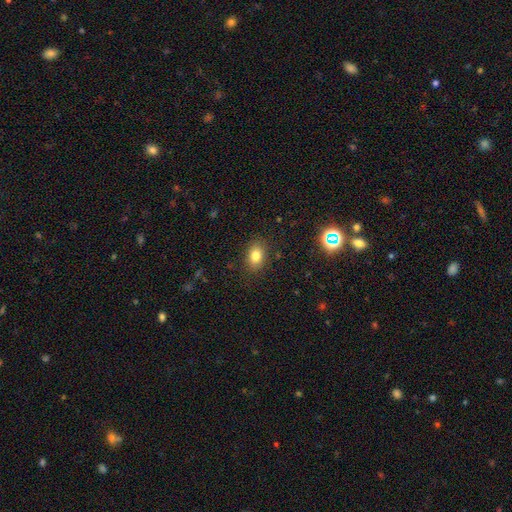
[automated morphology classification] This is likely a smooth galaxy (80%). How rounded: likely in between (76%). Merging: clearly none (86%).